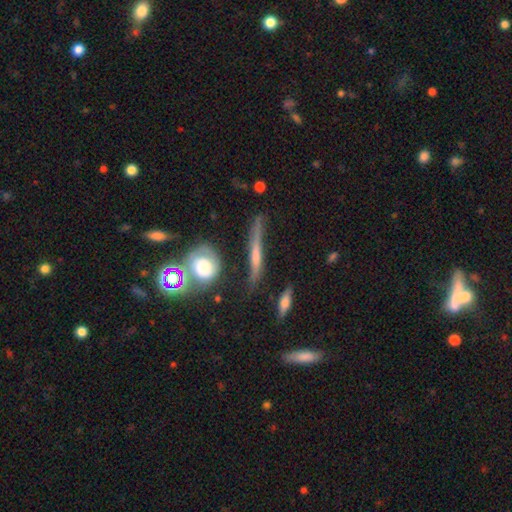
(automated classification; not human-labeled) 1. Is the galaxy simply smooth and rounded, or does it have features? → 47% featured or disk, 40% smooth, 13% star or artifact.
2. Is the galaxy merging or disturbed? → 61% none, 21% minor disturbance, 10% major disturbance, 8% merger.